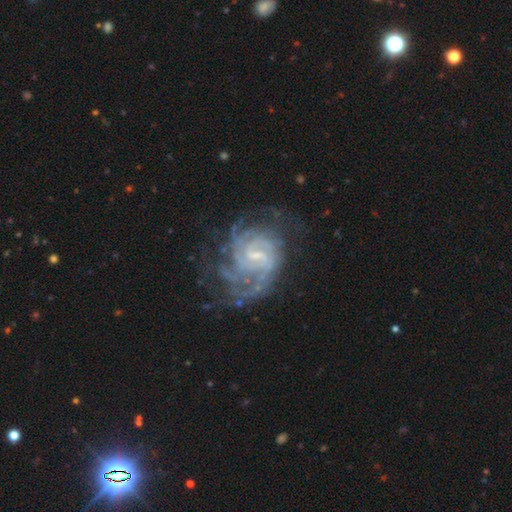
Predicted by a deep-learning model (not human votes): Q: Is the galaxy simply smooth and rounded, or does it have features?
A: featured or disk — 88%.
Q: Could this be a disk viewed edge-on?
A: no — 98%.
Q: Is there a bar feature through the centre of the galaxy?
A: weak — 60%.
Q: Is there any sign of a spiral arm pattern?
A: yes — 96%.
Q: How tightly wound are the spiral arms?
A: tight — 60%.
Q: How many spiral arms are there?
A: can't tell — 33%.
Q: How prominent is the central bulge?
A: small — 64%.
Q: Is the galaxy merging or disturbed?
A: none — 62%.